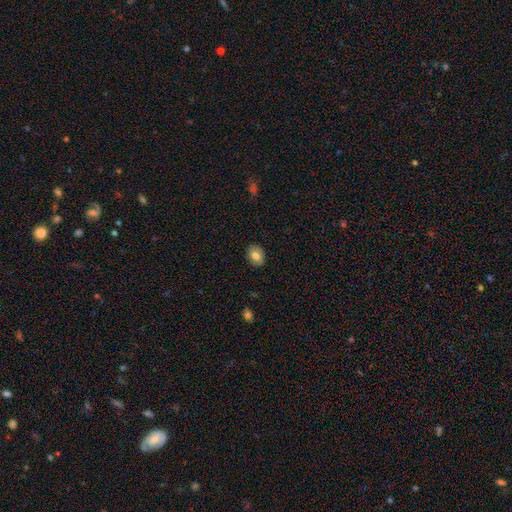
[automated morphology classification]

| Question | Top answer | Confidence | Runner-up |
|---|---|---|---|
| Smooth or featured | smooth | 75% | featured or disk (17%) |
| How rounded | in between | 65% | round (34%) |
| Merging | none | 87% | minor disturbance (10%) |